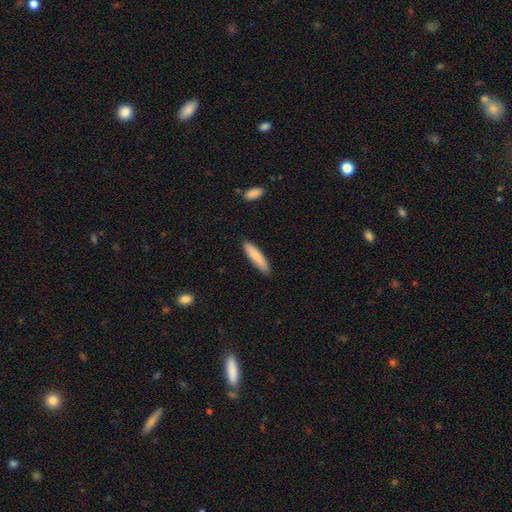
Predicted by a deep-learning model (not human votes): A smooth galaxy with no disk features (81%) that is cigar-shaped (78%). Merging: none (87%).